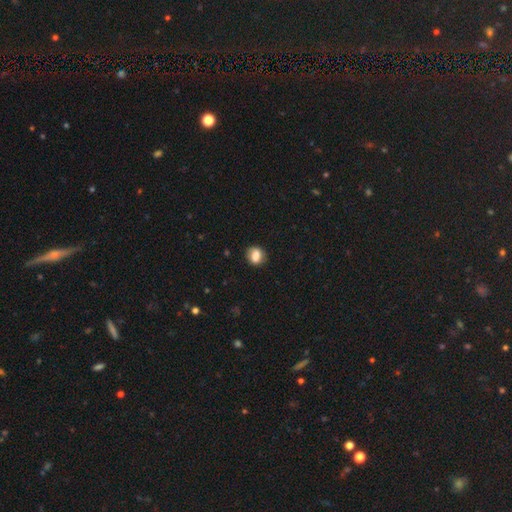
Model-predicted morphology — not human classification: Smooth or featured?
  - smooth: 78% *
  - featured or disk: 13%
  - star or artifact: 9%
How rounded?
  - round: 53% *
  - in between: 46%
  - cigar-shaped: 2%
Merging?
  - none: 80% *
  - minor disturbance: 15%
  - major disturbance: 4%
  - merger: 2%